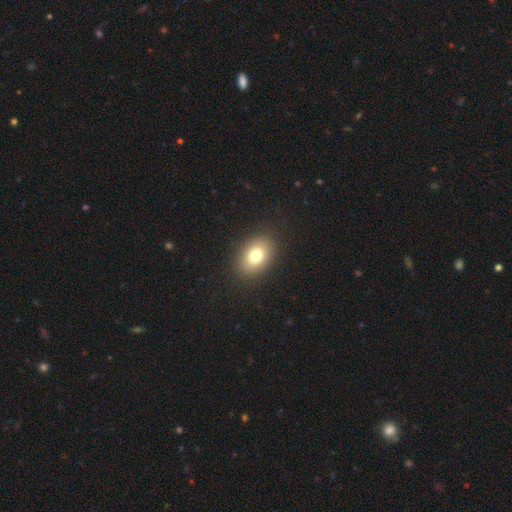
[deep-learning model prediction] Smooth or featured? smooth (78%)
How rounded? in between (79%)
Merging? none (88%)